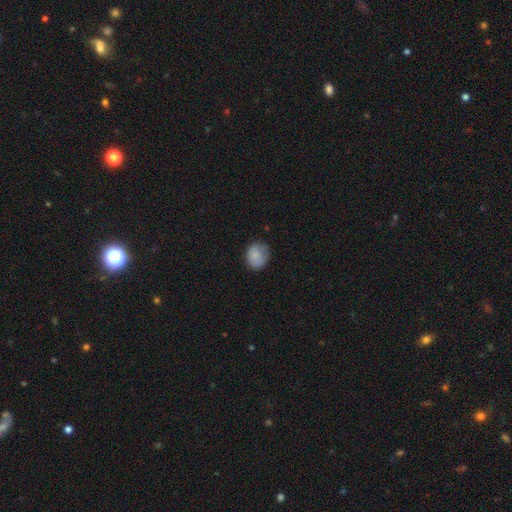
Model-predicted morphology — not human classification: Smooth or featured?
  - smooth: 82% *
  - featured or disk: 10%
  - star or artifact: 8%
How rounded?
  - round: 60% *
  - in between: 40%
  - cigar-shaped: 1%
Merging?
  - none: 73% *
  - minor disturbance: 21%
  - major disturbance: 5%
  - merger: 1%